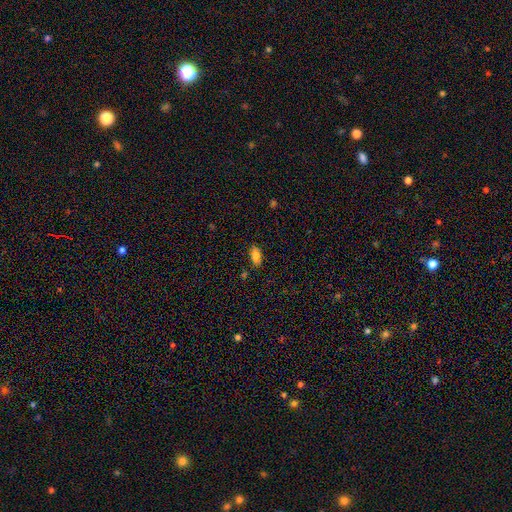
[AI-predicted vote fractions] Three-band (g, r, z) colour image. It shows a smooth galaxy with no disk features (84%) that is in between round and cigar-shaped (89%). Merging: none (83%).